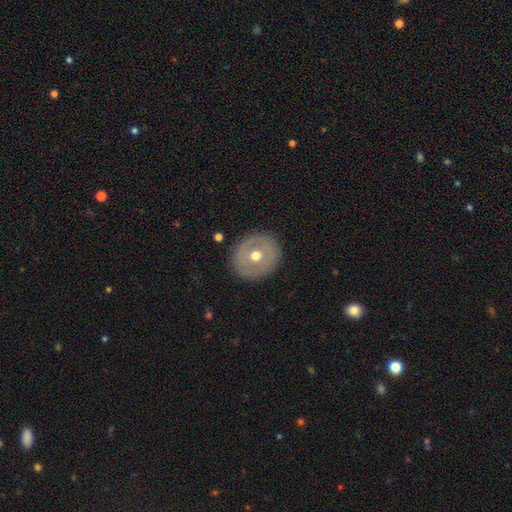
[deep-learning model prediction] Q: Smooth or featured?
A: featured or disk (51%); runner-up: smooth (43%)
Q: Edge-on disk?
A: no (94%); runner-up: yes (6%)
Q: Merging?
A: none (86%); runner-up: minor disturbance (10%)